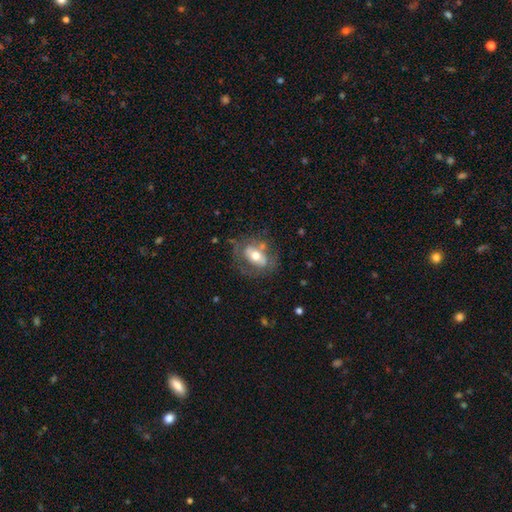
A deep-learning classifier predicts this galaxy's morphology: The model was most divided on "smooth or featured": featured or disk: 49%, smooth: 43%, star or artifact: 8%. More confident: merging — none (58%).